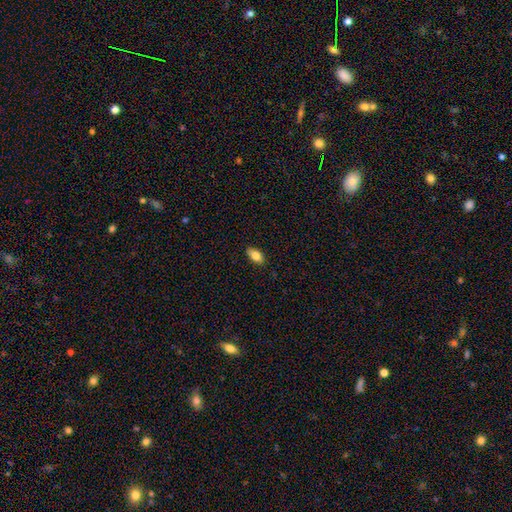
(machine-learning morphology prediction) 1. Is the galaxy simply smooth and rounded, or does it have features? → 82% smooth, 11% featured or disk, 8% star or artifact.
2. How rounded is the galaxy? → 89% in between, 6% cigar-shaped, 5% round.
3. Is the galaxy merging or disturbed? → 85% none, 12% minor disturbance, 2% major disturbance, 1% merger.